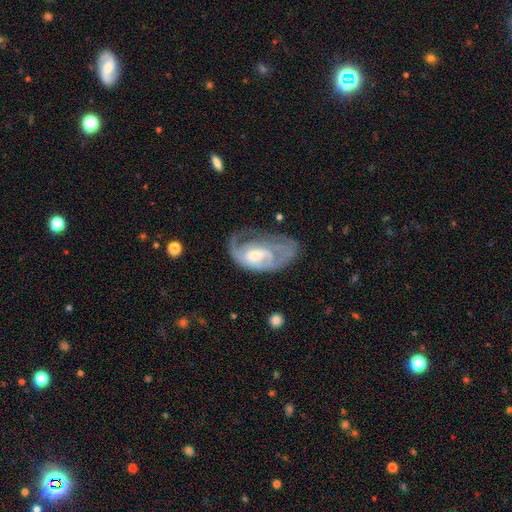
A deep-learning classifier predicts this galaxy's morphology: Smooth or featured? Predicted: featured or disk (p=0.77). Edge-on disk? Predicted: no (p=0.96). Bar? Predicted: no (p=0.48). Spiral arms? Predicted: yes (p=0.87). Spiral winding? Predicted: medium (p=0.41). Spiral arm count? Predicted: 2 (p=0.35). Bulge size? Predicted: moderate (p=0.49). Merging? Predicted: none (p=0.42).